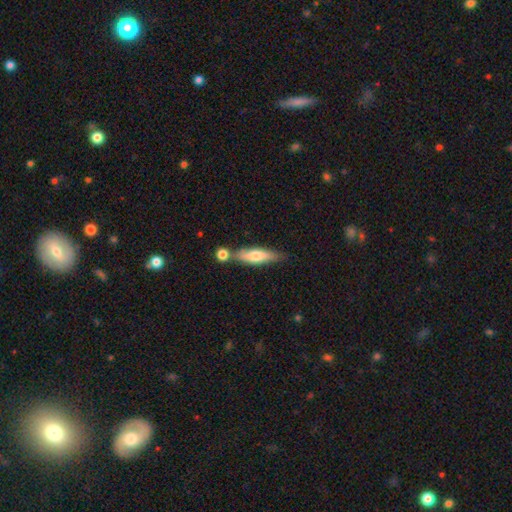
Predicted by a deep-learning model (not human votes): smooth-or-featured: smooth: 59% | featured or disk: 35% | star or artifact: 6%
  how-rounded: cigar-shaped: 66% | in between: 32% | round: 2%
  merging: none: 58% | merger: 22% | minor disturbance: 16% | major disturbance: 4%